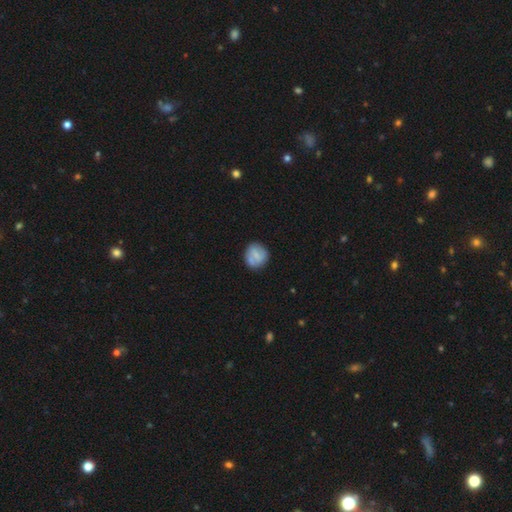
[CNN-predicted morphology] A smooth galaxy with no disk features (65%) that is round (87%). Merging: none (75%).